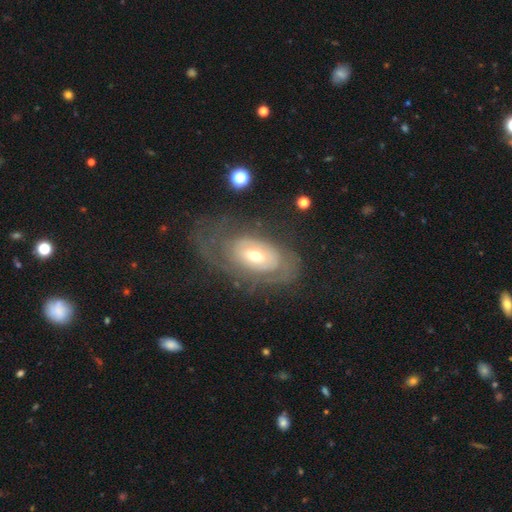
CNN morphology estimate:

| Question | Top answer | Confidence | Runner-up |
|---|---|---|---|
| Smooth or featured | featured or disk | 75% | smooth (19%) |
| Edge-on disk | no | 93% | yes (7%) |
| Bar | no | 68% | weak (25%) |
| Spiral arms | yes | 73% | no (27%) |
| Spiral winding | tight | 63% | medium (25%) |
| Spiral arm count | can't tell | 51% | 2 (26%) |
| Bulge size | moderate | 59% | small (33%) |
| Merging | none | 56% | major disturbance (22%) |